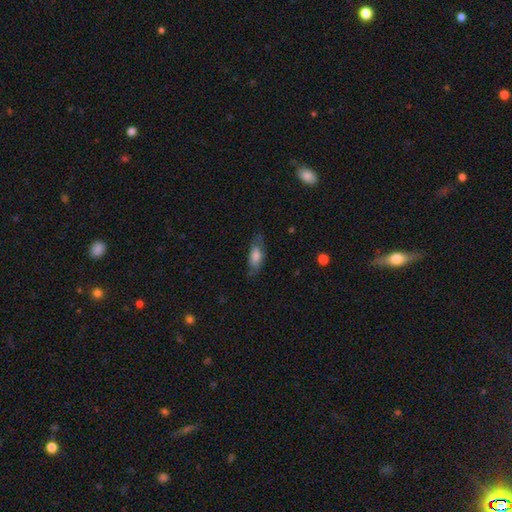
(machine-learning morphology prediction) This is likely a smooth galaxy (67%). How rounded: likely in between (77%). Merging: likely none (67%).